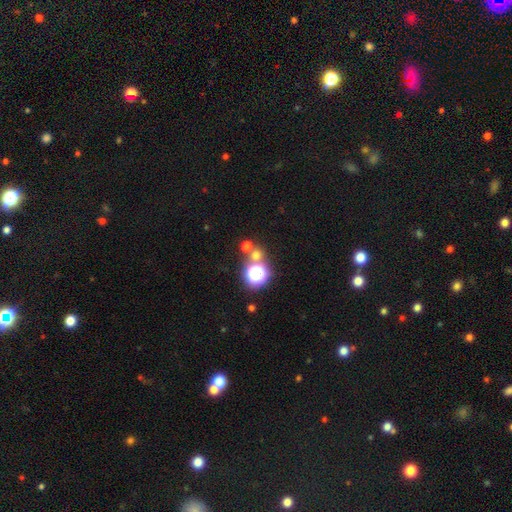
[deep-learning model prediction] Smooth or featured?
  - smooth: 55% *
  - star or artifact: 37%
  - featured or disk: 8%
How rounded?
  - round: 88% *
  - in between: 11%
  - cigar-shaped: 1%
Merging?
  - none: 65% *
  - merger: 24%
  - minor disturbance: 7%
  - major disturbance: 4%